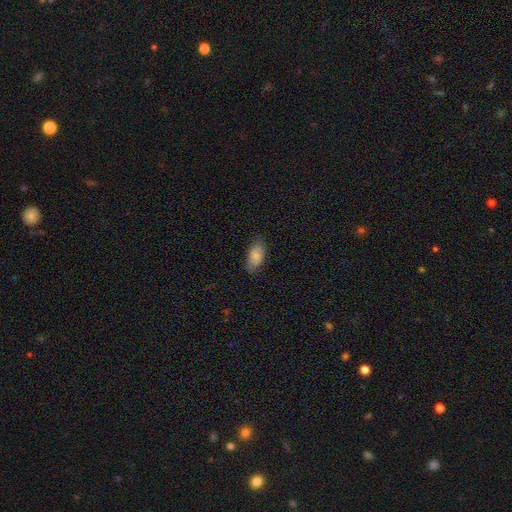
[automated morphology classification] smooth_or_featured: smooth (p=0.83) [alt: featured or disk p=0.10]
how_rounded: in between (p=0.91) [alt: cigar-shaped p=0.05]
merging: none (p=0.78) [alt: minor disturbance p=0.18]